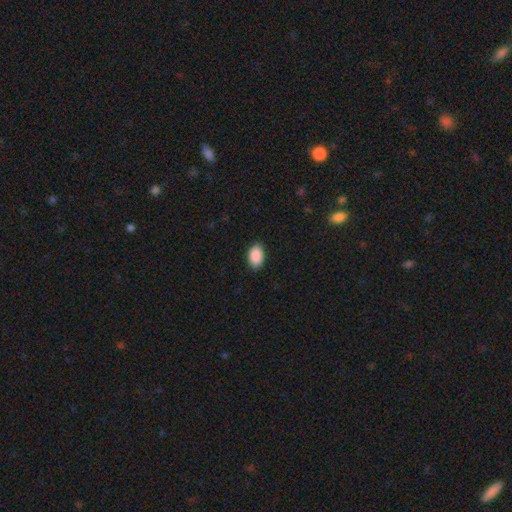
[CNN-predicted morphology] type=smooth (91%); roundness=in between (91%); merging=none (87%).